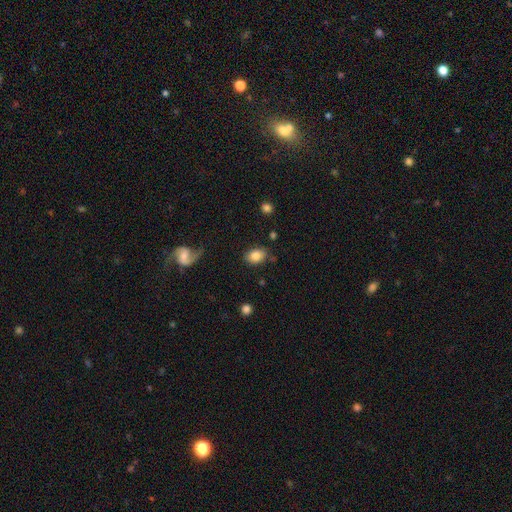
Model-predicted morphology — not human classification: Q: Smooth or featured?
A: smooth (82%); runner-up: featured or disk (10%)
Q: How rounded?
A: in between (74%); runner-up: round (25%)
Q: Merging?
A: none (79%); runner-up: minor disturbance (14%)